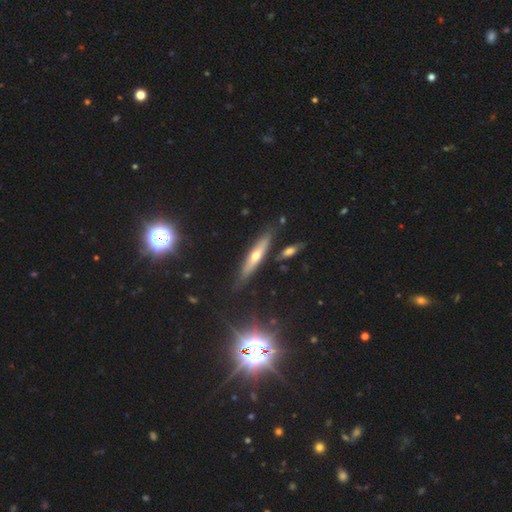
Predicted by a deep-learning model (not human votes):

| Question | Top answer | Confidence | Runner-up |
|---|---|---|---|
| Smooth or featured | featured or disk | 53% | smooth (34%) |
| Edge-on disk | yes | 88% | no (12%) |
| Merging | none | 84% | minor disturbance (11%) |